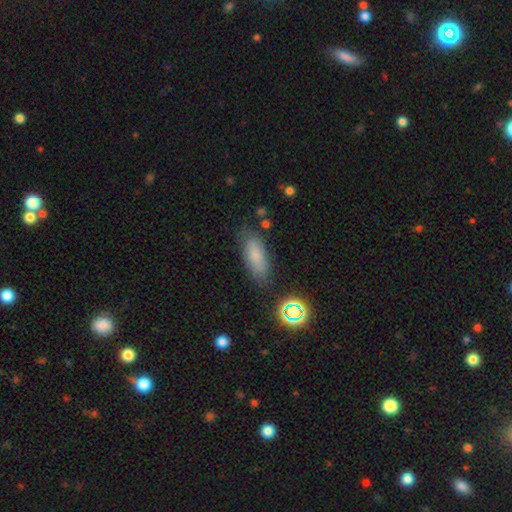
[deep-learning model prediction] Overall: smooth (76%). How rounded: in between (73%). Merging: none (76%).